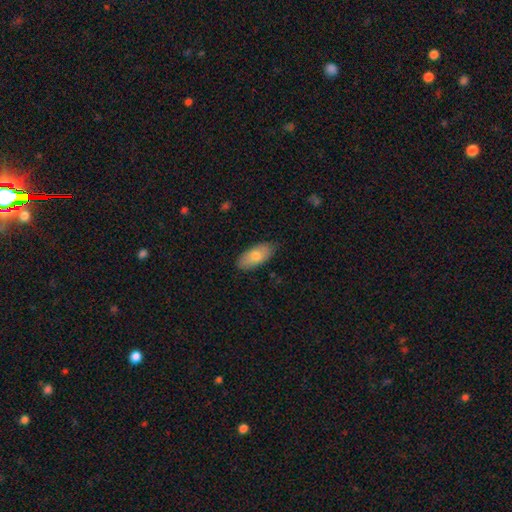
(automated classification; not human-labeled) A smooth galaxy with no disk features (76%) that is in between round and cigar-shaped (91%). Merging: none (85%).